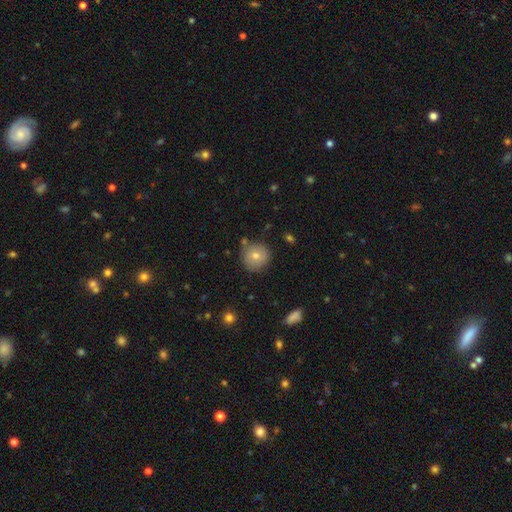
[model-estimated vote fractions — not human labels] The model was most divided on "smooth or featured": smooth: 72%, featured or disk: 17%, star or artifact: 12%. More confident: how rounded — round (94%); merging — none (82%).